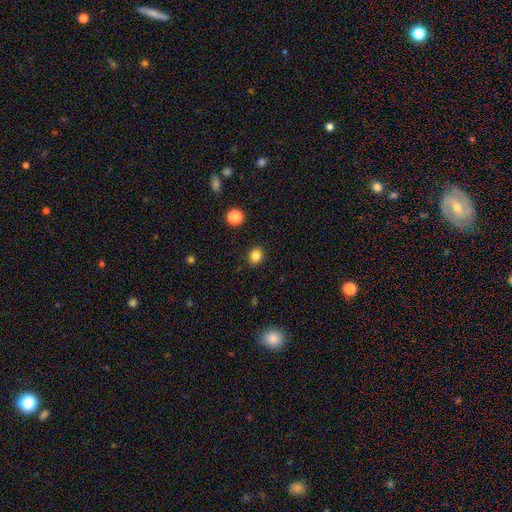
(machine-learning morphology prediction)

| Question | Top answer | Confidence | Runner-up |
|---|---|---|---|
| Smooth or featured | smooth | 83% | star or artifact (12%) |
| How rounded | round | 60% | in between (39%) |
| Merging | none | 90% | minor disturbance (7%) |